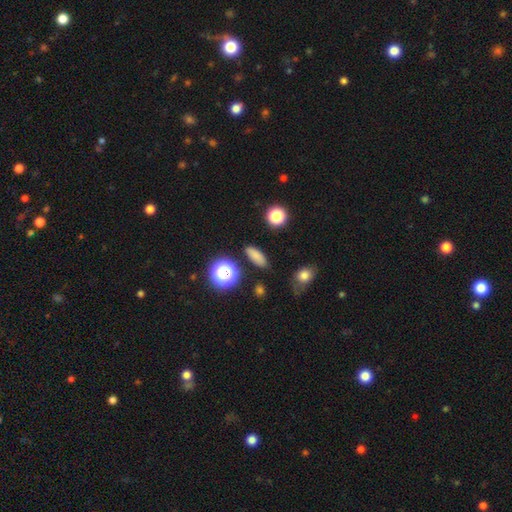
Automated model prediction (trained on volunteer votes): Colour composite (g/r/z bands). It shows a smooth galaxy with no disk features (79%) that is in between round and cigar-shaped (64%). Merging: none (87%).